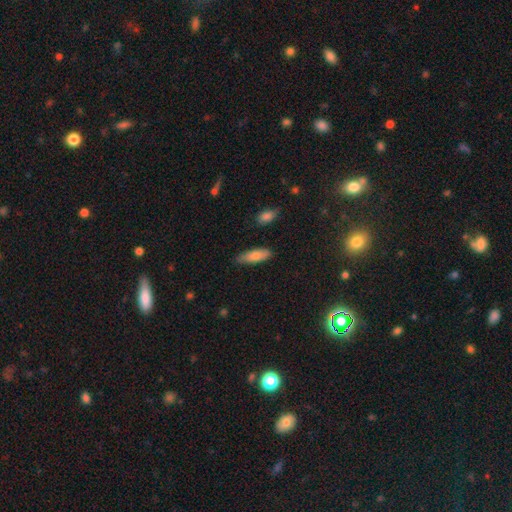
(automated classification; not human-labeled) Smooth or featured: smooth — 80% (featured or disk — 13%)
How rounded: in between — 57% (cigar-shaped — 41%)
Merging: none — 81% (minor disturbance — 15%)